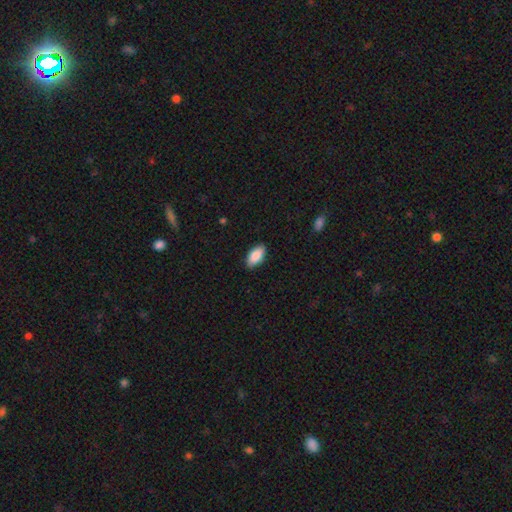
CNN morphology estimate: A smooth galaxy with no disk features (88%) that is in between round and cigar-shaped (92%). Merging: none (87%).